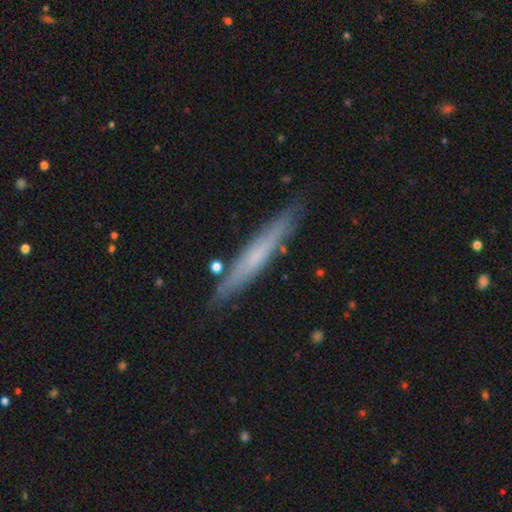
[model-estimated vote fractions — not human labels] Smooth or featured? Predicted: smooth (p=0.48). Merging? Predicted: none (p=0.85).